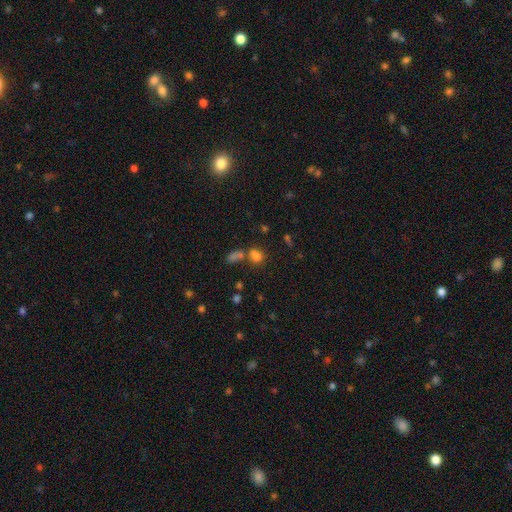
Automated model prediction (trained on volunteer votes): A smooth galaxy with no disk features (73%) that is in between round and cigar-shaped (59%). Merging: none (46%).